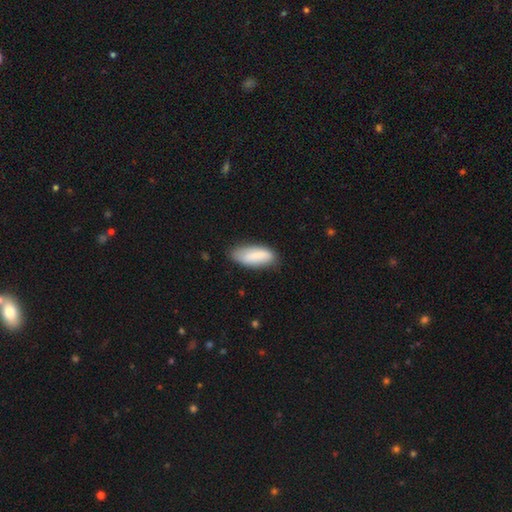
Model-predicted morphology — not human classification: Smooth or featured? smooth (81%)
How rounded? in between (79%)
Merging? none (72%)